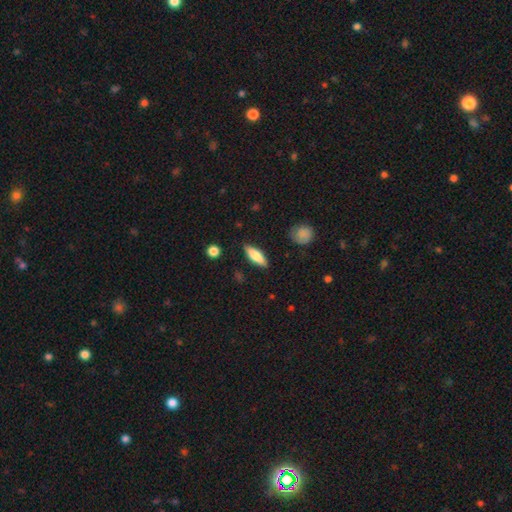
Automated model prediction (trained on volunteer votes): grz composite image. It shows a smooth galaxy with no disk features (71%) that is in between round and cigar-shaped (52%). Merging: none (86%).